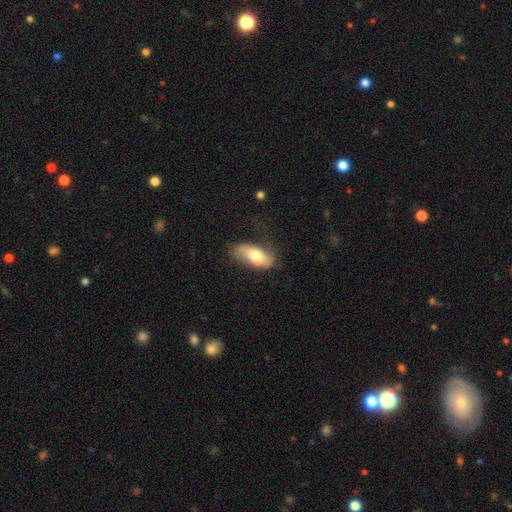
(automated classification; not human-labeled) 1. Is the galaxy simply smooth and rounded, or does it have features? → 67% smooth, 26% featured or disk, 6% star or artifact.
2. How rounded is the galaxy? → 85% in between, 12% cigar-shaped, 3% round.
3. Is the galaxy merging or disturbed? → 55% none, 30% minor disturbance, 13% major disturbance, 2% merger.